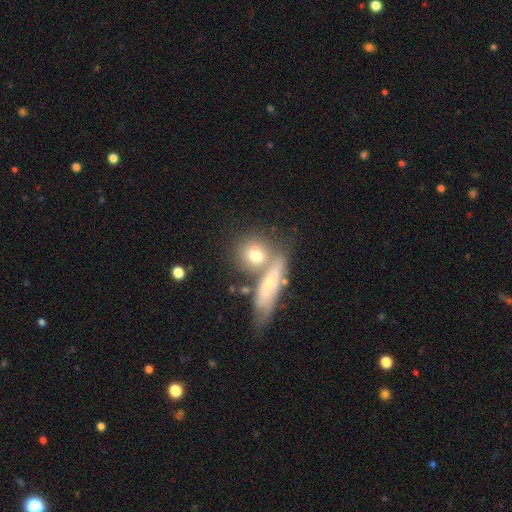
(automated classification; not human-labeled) Smooth or featured?
  - smooth: 67% *
  - featured or disk: 24%
  - star or artifact: 9%
How rounded?
  - round: 61% *
  - in between: 28%
  - cigar-shaped: 10%
Merging?
  - none: 41% * (tied)
  - merger: 41% * (tied)
  - minor disturbance: 12%
  - major disturbance: 6%